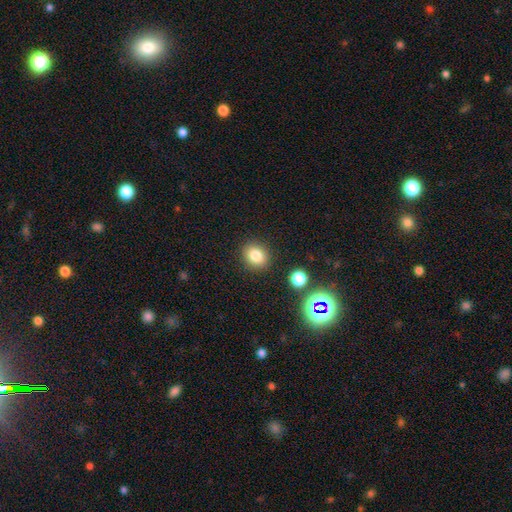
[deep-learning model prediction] Smooth or featured: smooth — 82% (star or artifact — 12%)
How rounded: round — 67% (in between — 32%)
Merging: none — 87% (minor disturbance — 8%)